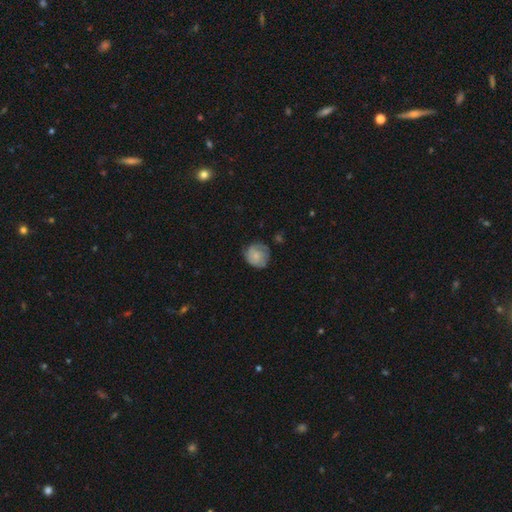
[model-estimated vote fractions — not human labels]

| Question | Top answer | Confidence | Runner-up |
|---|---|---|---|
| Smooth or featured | smooth | 57% | featured or disk (36%) |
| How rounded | round | 81% | in between (18%) |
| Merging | none | 65% | minor disturbance (25%) |